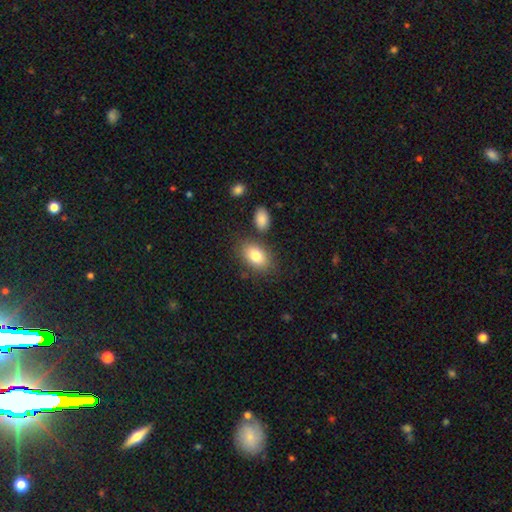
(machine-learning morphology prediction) The model was most divided on "merging": none: 75%, minor disturbance: 12%, merger: 9%, major disturbance: 4%. More confident: how rounded — in between (88%); smooth or featured — smooth (82%).